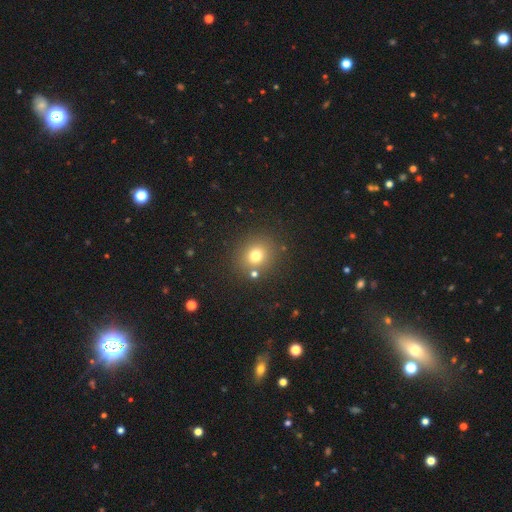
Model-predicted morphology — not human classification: type=smooth (74%); roundness=round (81%); merging=none (81%).